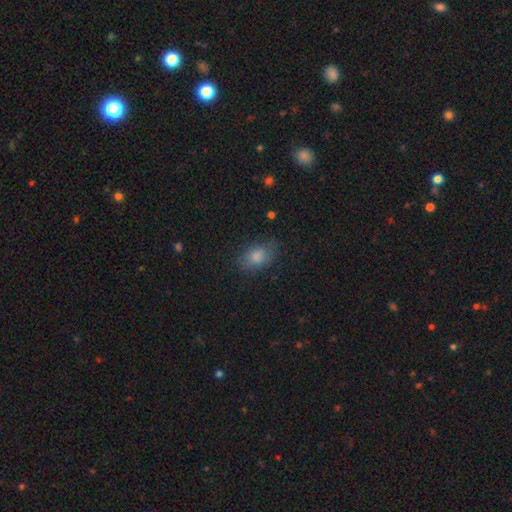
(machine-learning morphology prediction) The model was most divided on "how rounded": in between: 80%, round: 17%, cigar-shaped: 3%. More confident: merging — none (79%); smooth or featured — smooth (78%).